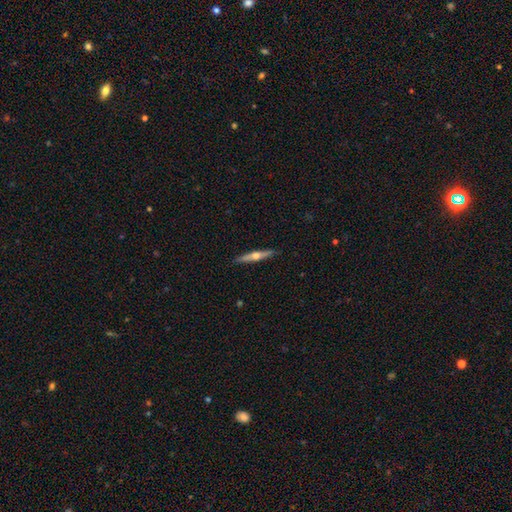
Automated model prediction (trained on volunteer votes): A featured or disk galaxy (64%) viewed edge-on (96%) with a rounded central bulge (93%). Merging: none (90%).